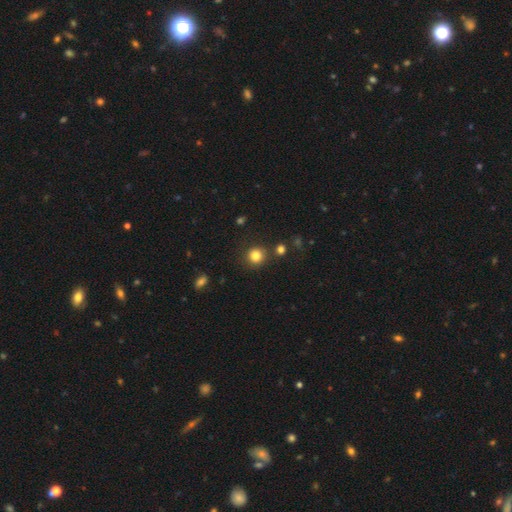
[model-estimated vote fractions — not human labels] Overall: smooth (83%). How rounded: round (89%). Merging: none (83%).